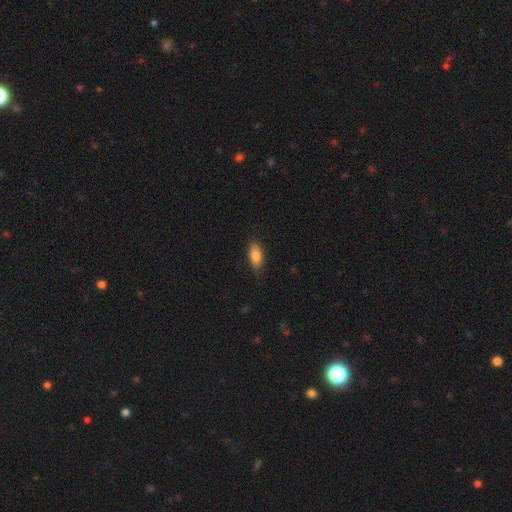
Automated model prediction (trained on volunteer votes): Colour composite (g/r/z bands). It shows a smooth galaxy with no disk features (83%) that is in between round and cigar-shaped (87%). Merging: none (85%).